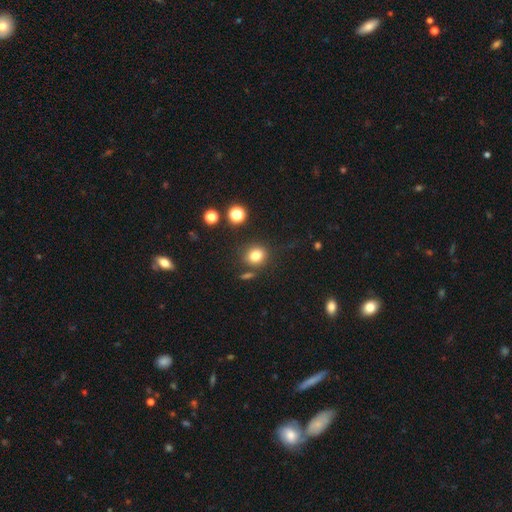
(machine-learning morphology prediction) Overall: smooth (79%). How rounded: round (76%). Merging: none (78%).